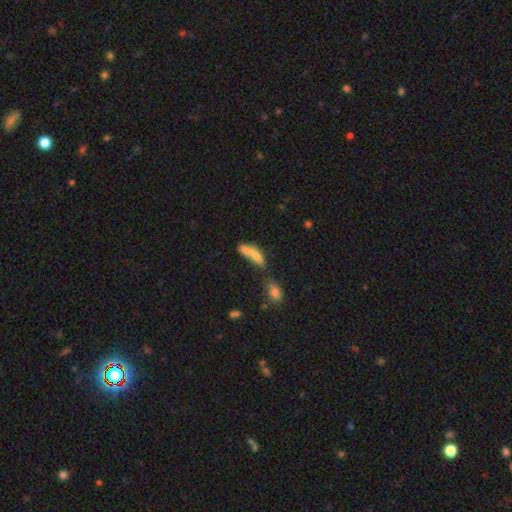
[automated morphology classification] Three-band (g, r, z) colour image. It shows a smooth galaxy with no disk features (68%) that is in between round and cigar-shaped (50%). Merging: merger (53%).